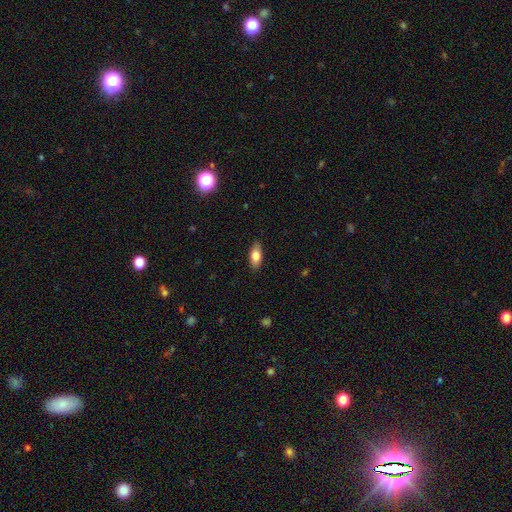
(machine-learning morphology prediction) Smooth or featured? Predicted: smooth (p=0.79). How rounded? Predicted: in between (p=0.83). Merging? Predicted: none (p=0.88).